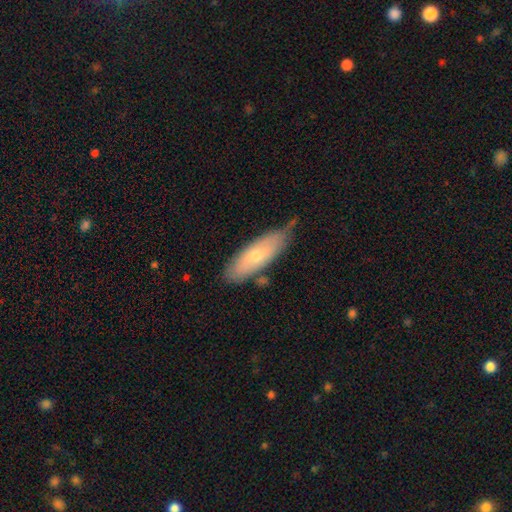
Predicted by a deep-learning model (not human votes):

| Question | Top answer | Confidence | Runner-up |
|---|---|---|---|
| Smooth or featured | smooth | 59% | featured or disk (34%) |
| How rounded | in between | 59% | cigar-shaped (39%) |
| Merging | none | 63% | minor disturbance (26%) |